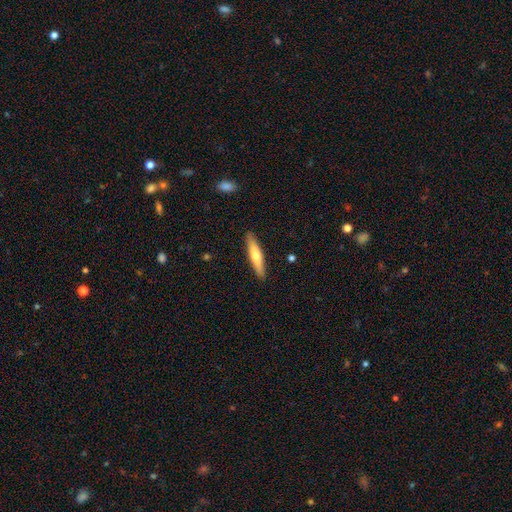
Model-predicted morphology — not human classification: This appears to be a smooth galaxy with no disk features (58%) that is cigar-shaped (85%). Merging: none (89%).